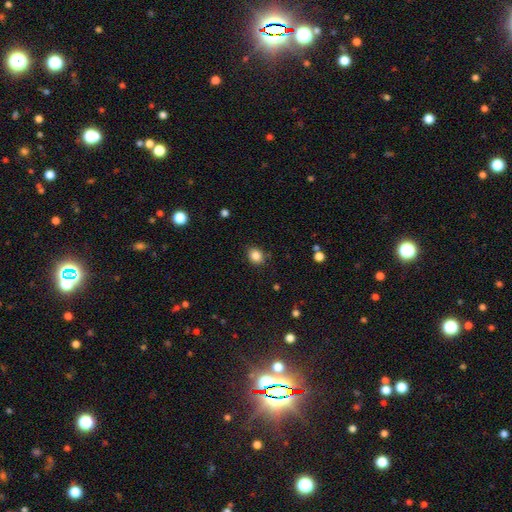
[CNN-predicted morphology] Q: Smooth or featured?
A: smooth (85%); runner-up: star or artifact (10%)
Q: How rounded?
A: round (54%); runner-up: in between (45%)
Q: Merging?
A: none (86%); runner-up: minor disturbance (10%)